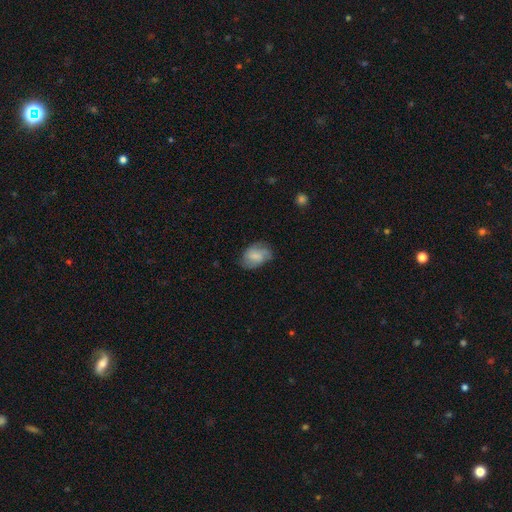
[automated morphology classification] smooth_or_featured: smooth (p=0.59) [alt: featured or disk p=0.33]
how_rounded: in between (p=0.81) [alt: round p=0.18]
merging: none (p=0.61) [alt: minor disturbance p=0.28]